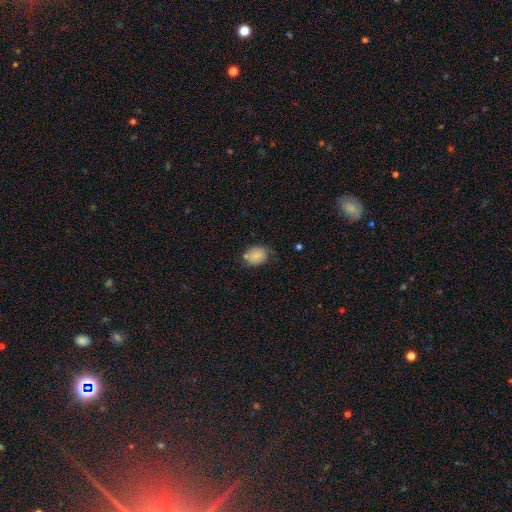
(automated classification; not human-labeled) This appears to be a smooth galaxy with no disk features (84%) that is in between round and cigar-shaped (56%). Merging: none (65%).